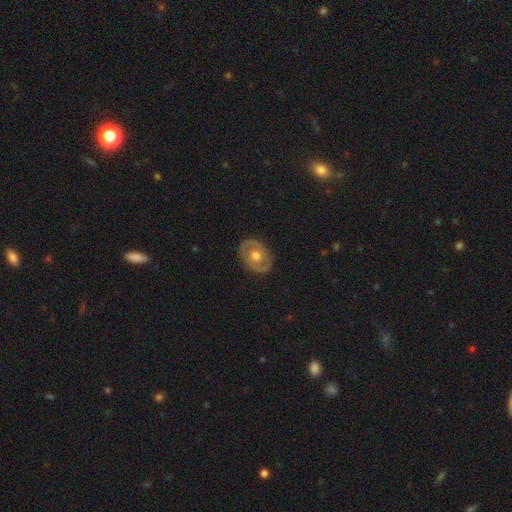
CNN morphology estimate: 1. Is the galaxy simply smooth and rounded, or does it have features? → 69% featured or disk, 26% smooth, 5% star or artifact.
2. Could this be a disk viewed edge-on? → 94% no, 6% yes.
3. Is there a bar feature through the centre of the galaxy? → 78% no, 17% weak, 5% strong.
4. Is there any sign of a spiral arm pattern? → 54% no, 46% yes.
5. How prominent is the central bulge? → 75% moderate, 13% large, 10% small, 1% none, 1% dominant.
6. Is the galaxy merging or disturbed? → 85% none, 11% minor disturbance, 3% major disturbance, 1% merger.